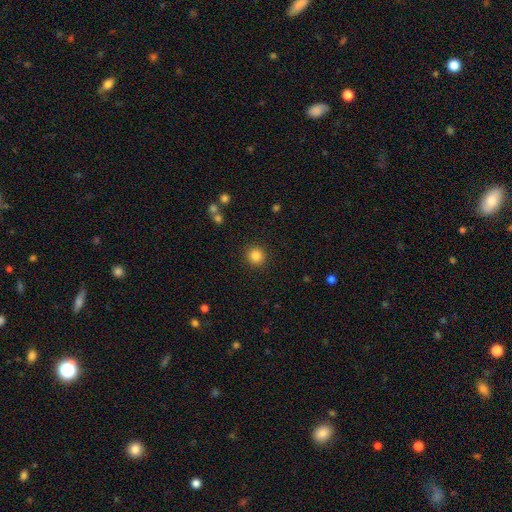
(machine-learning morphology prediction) Overall: smooth (84%). How rounded: round (94%). Merging: none (91%).